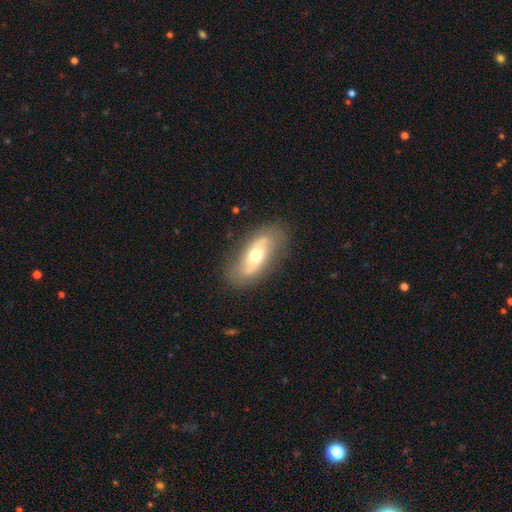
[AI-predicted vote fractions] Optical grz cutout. It shows a featured or disk galaxy (53%). Merging: none (80%).